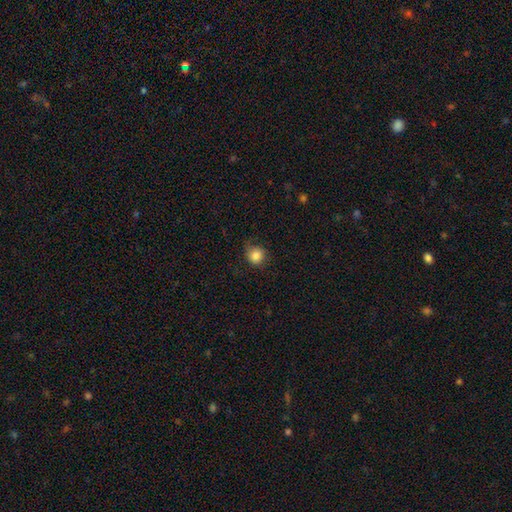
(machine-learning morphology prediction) smooth 84%, star or artifact 10%, featured or disk 7%. Down the decision tree: how rounded — round (84%); merging — none (67%).